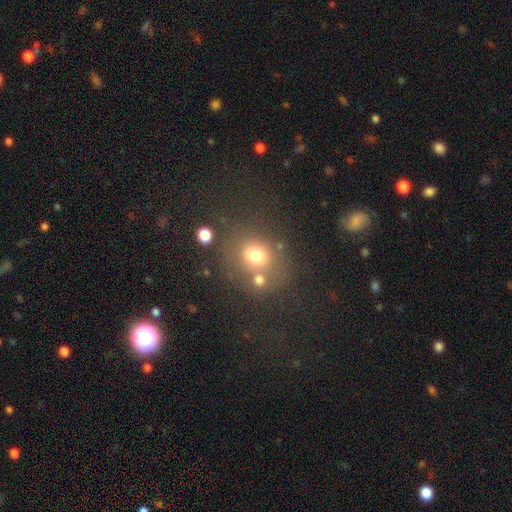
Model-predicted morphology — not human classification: This appears to be a smooth galaxy with no disk features (69%) that is round (77%). Merging: none (58%).